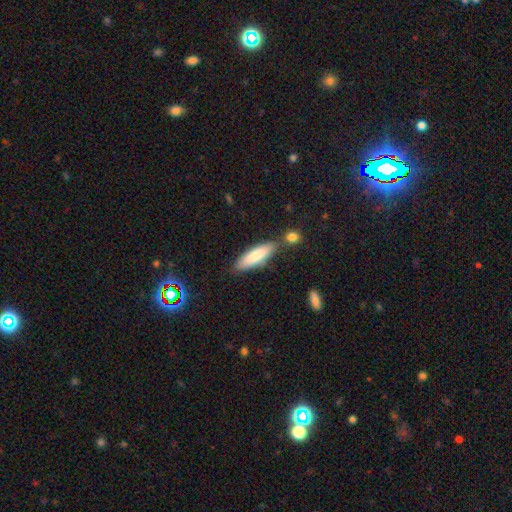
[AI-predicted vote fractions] This appears to be a smooth galaxy with no disk features (81%) that is cigar-shaped (54%). Merging: none (70%).